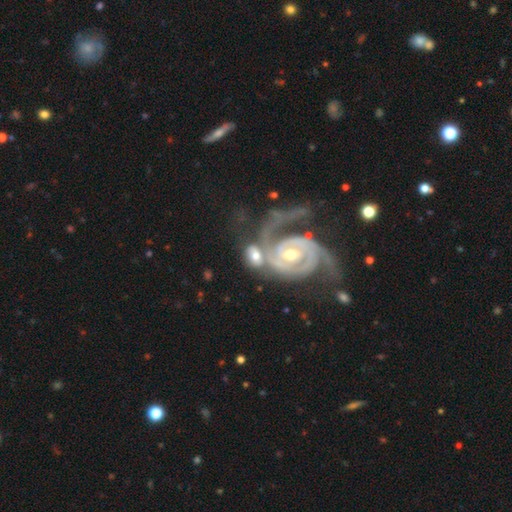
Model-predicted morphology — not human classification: The model was most divided on "bar": no: 44%, weak: 36%, strong: 20%. More confident: edge-on disk — no (95%); spiral arms — yes (90%); smooth or featured — featured or disk (67%); bulge size — moderate (67%); spiral winding — tight (60%); spiral arm count — 2 (58%); merging — merger (50%).